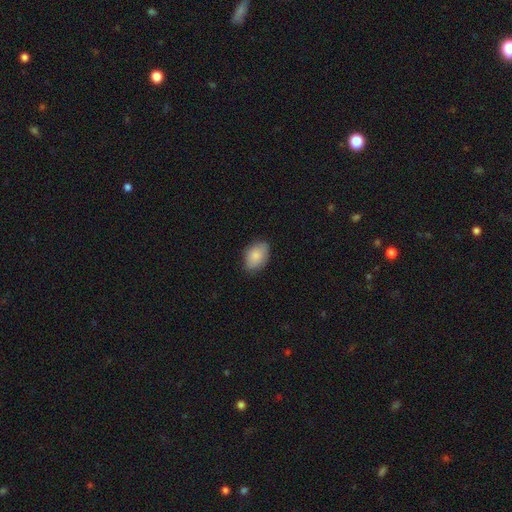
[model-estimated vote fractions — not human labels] This is clearly a smooth galaxy (86%). How rounded: clearly in between (87%). Merging: clearly none (81%).